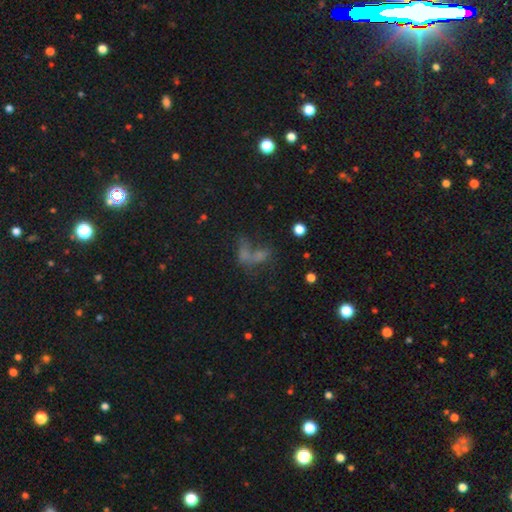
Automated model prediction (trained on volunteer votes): smooth_or_featured: smooth (p=0.48) [alt: star or artifact p=0.31]
merging: merger (p=0.41) [alt: none p=0.29]